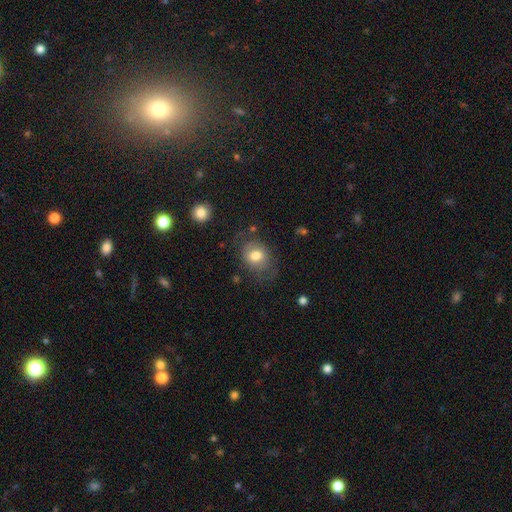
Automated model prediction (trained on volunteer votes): smooth 72%, featured or disk 20%, star or artifact 9%. Down the decision tree: how rounded — in between (53%); merging — none (62%).